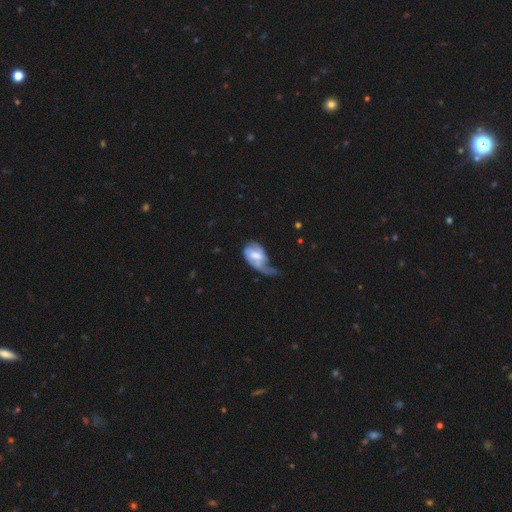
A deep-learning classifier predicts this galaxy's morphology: A featured or disk galaxy (54%) with a weak bar (44%), spiral arms (66%) and a moderate central bulge (44%).

Vote fractions:
- Smooth or featured? featured or disk: 54% / smooth: 40% / star or artifact: 7%
- Edge-on disk? no: 95% / yes: 5%
- Bar? weak: 44% / no: 39% / strong: 17%
- Spiral arms? yes: 66% / no: 34%
- Bulge size? moderate: 44% / small: 21% / large: 19% / none: 13% / dominant: 3%
- Merging? major disturbance: 54% / minor disturbance: 25% / none: 15% / merger: 7%